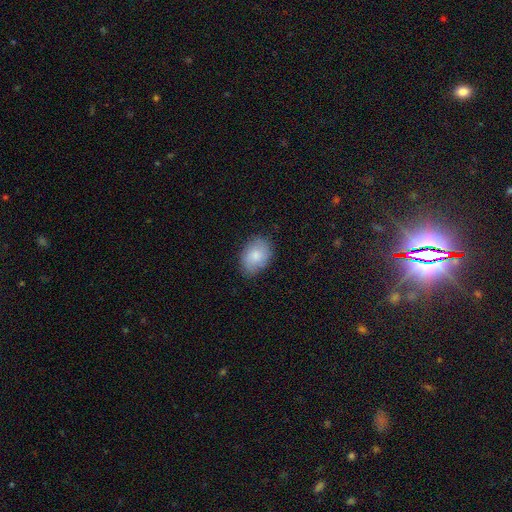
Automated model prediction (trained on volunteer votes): Morphology: type=smooth (79%); roundness=in between (79%); merging=none (79%).